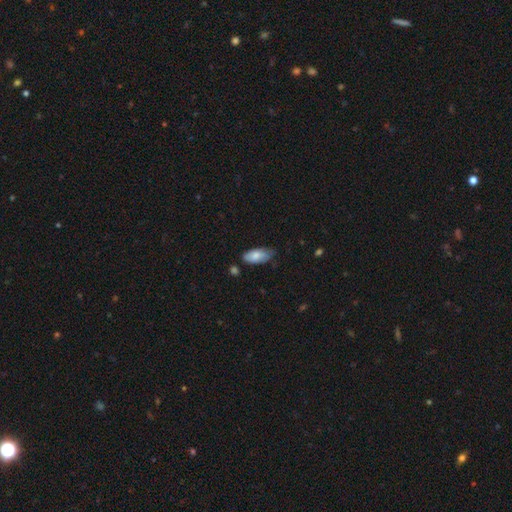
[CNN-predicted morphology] This is likely a smooth galaxy (79%). How rounded: clearly in between (90%). Merging: possibly none (59%).